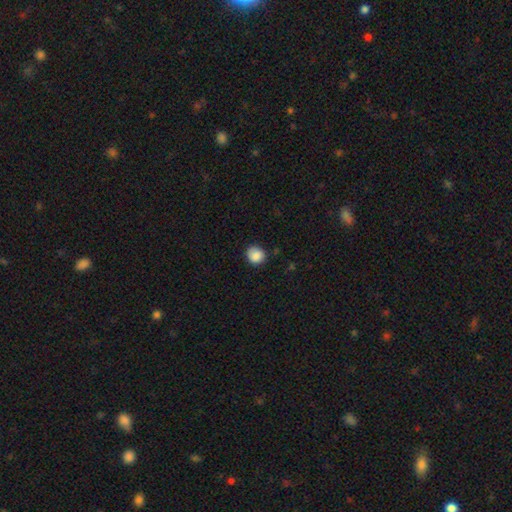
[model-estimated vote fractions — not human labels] Smooth or featured? Predicted: smooth (p=0.86). How rounded? Predicted: round (p=0.80). Merging? Predicted: none (p=0.75).